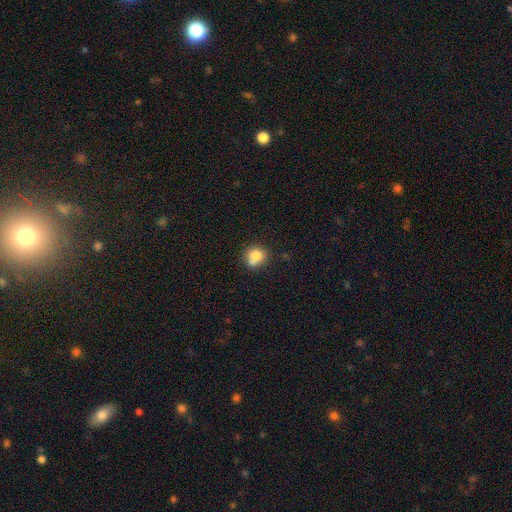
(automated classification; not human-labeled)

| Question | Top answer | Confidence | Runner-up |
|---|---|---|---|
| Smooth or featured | smooth | 78% | featured or disk (12%) |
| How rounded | round | 83% | in between (16%) |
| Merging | none | 55% | merger (25%) |